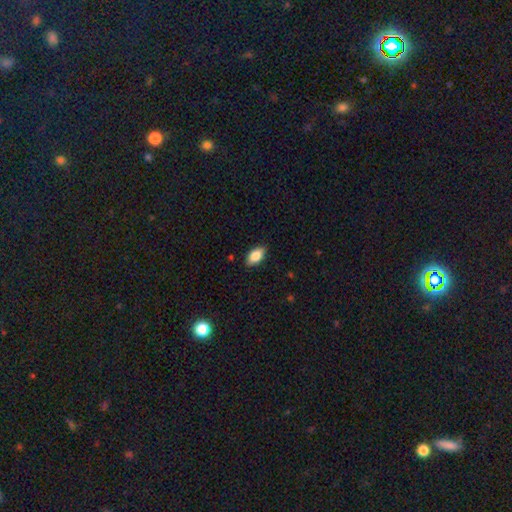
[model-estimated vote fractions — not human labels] A smooth galaxy with no disk features (81%) that is in between round and cigar-shaped (90%). Merging: none (87%).